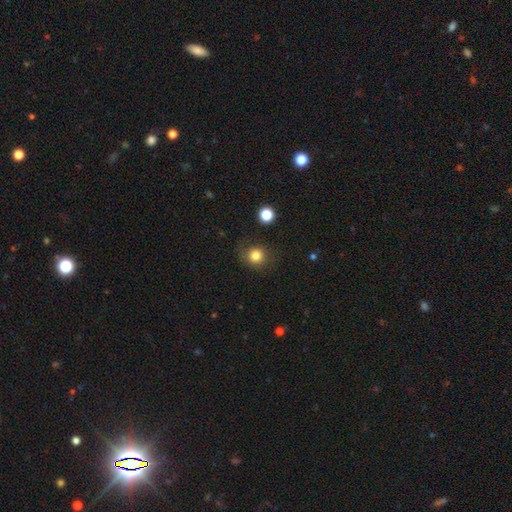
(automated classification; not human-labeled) A smooth galaxy with no disk features (82%) that is round (82%). Merging: none (76%).